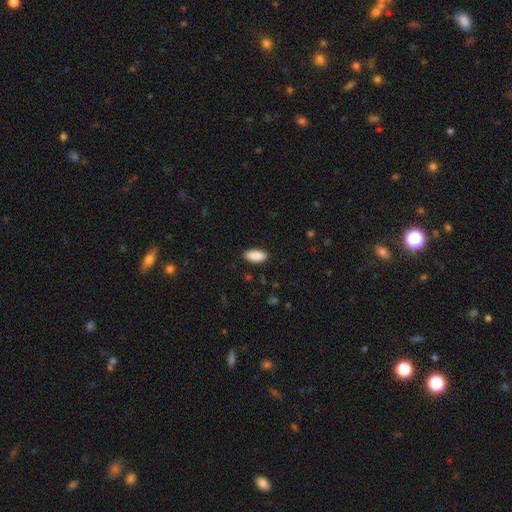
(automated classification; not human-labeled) This appears to be a smooth galaxy with no disk features (91%) that is in between round and cigar-shaped (91%). Merging: none (89%).